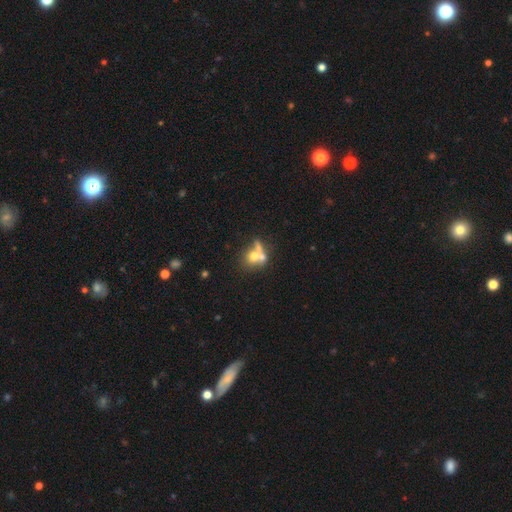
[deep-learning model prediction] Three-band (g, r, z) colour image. It shows a smooth galaxy with no disk features (60%) that is round (68%). Merging: merger (57%).